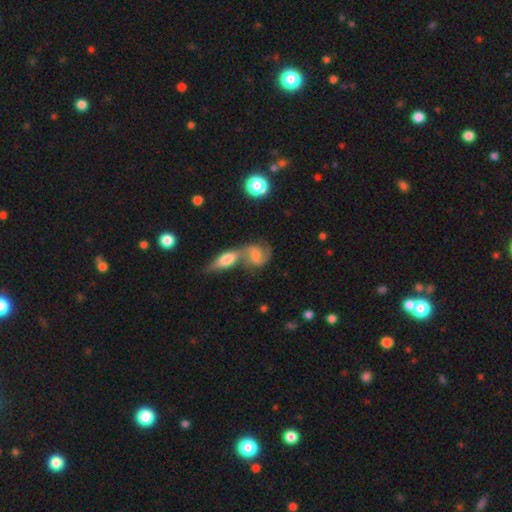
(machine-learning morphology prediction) smooth_or_featured: featured or disk (p=0.67) [alt: smooth p=0.24]
disk_edge_on: no (p=0.93) [alt: yes p=0.07]
bar: weak (p=0.45) [alt: no p=0.41]
has_spiral_arms: yes (p=0.91) [alt: no p=0.09]
spiral_winding: medium (p=0.47) [alt: loose p=0.39]
spiral_arm_count: 2 (p=0.88) [alt: can't tell p=0.05]
bulge_size: small (p=0.36) [alt: moderate p=0.35]
merging: merger (p=0.57) [alt: none p=0.28]